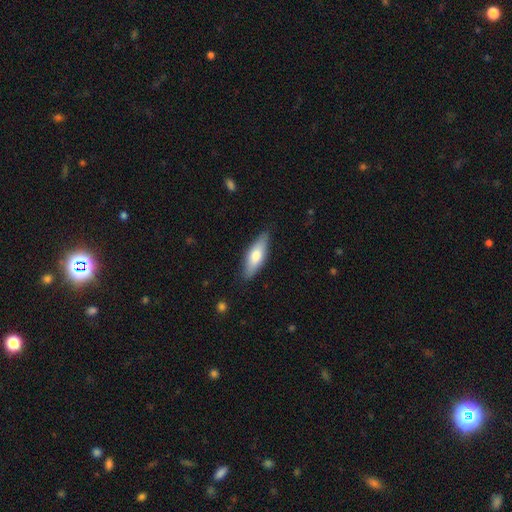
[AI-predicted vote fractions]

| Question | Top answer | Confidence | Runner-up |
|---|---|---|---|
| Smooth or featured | smooth | 67% | featured or disk (27%) |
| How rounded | in between | 60% | cigar-shaped (38%) |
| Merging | none | 85% | minor disturbance (12%) |